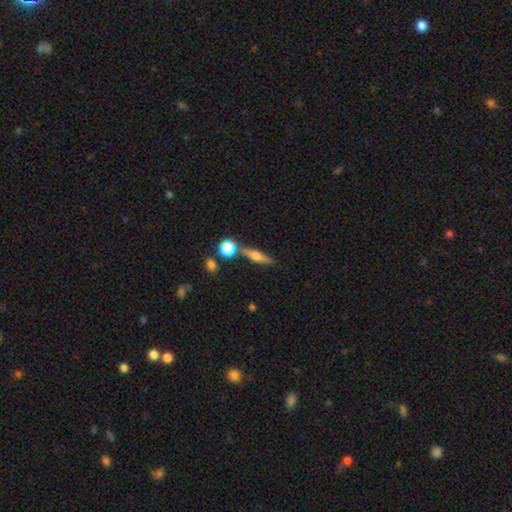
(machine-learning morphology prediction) This is possibly a featured or disk galaxy (54%). It is clearly viewed edge-on (94%). Edge-on bulge: clearly rounded (87%). Merging: likely none (75%).